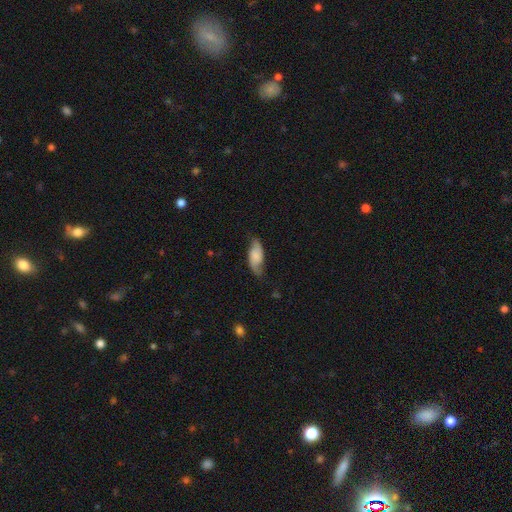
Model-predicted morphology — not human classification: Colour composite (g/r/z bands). It shows a smooth galaxy with no disk features (52%) that is in between round and cigar-shaped (84%). Merging: none (65%).